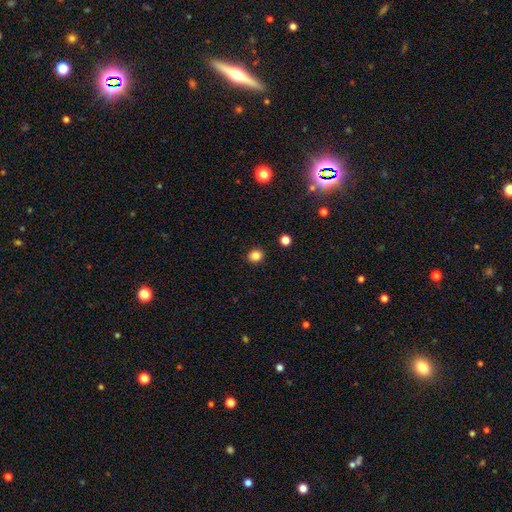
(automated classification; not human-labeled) The model was most divided on "how rounded": round: 82%, in between: 17%, cigar-shaped: 1%. More confident: merging — none (91%); smooth or featured — smooth (83%).